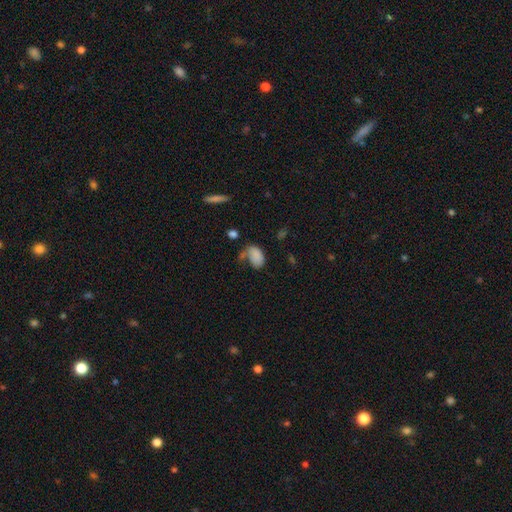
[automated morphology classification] A smooth galaxy with no disk features (84%) that is in between round and cigar-shaped (91%).

Vote fractions:
- Smooth or featured? smooth: 84% / star or artifact: 10% / featured or disk: 7%
- How rounded? in between: 91% / round: 7% / cigar-shaped: 2%
- Merging? none: 48% / minor disturbance: 25% / merger: 14% / major disturbance: 14%